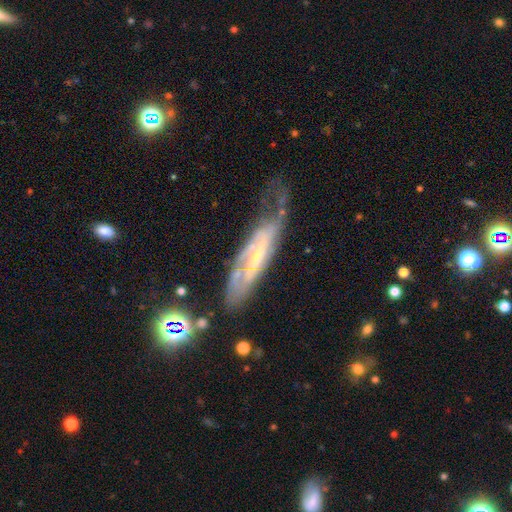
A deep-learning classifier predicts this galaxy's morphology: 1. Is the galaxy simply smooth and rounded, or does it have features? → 74% featured or disk, 18% smooth, 8% star or artifact.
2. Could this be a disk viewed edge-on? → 68% no, 32% yes.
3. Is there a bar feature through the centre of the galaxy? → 54% no, 35% weak, 11% strong.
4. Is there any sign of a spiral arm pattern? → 81% yes, 19% no.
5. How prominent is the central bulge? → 62% small, 29% moderate, 5% none, 2% large, 1% dominant.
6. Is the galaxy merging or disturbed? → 45% none, 30% minor disturbance, 20% major disturbance, 4% merger.